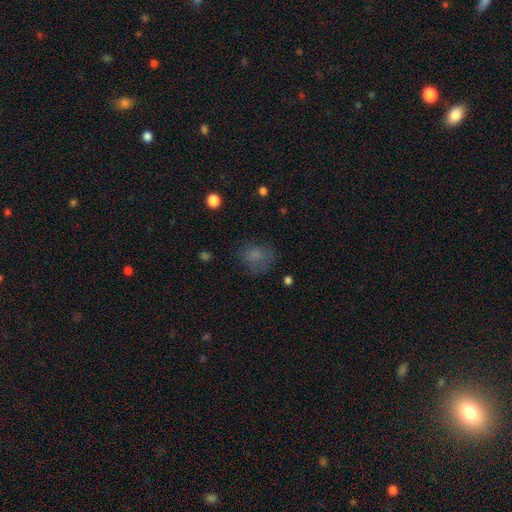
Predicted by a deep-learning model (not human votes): smooth 68%, star or artifact 17%, featured or disk 15%. Down the decision tree: how rounded — round (54%); merging — none (54%).